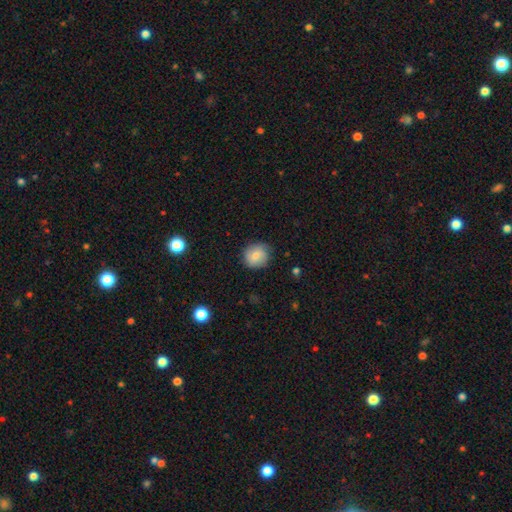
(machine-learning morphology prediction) Smooth or featured? smooth (80%)
How rounded? round (87%)
Merging? none (83%)